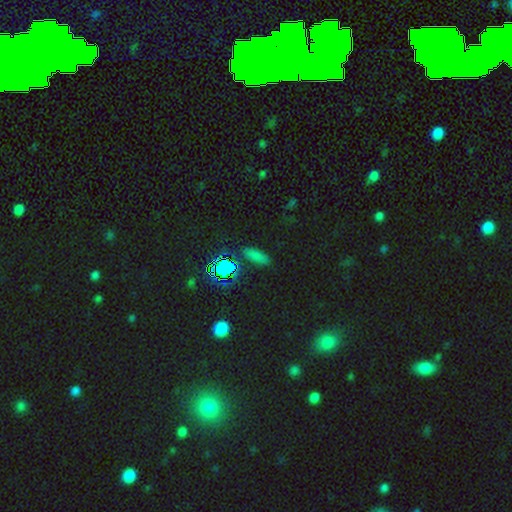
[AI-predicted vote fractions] This is possibly a smooth galaxy (60%). How rounded: possibly in between (58%). Merging: clearly none (84%).